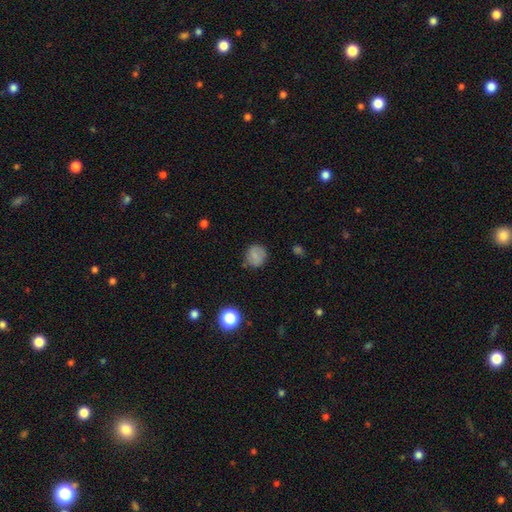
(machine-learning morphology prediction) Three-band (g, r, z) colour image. It shows a smooth galaxy with no disk features (80%) that is round (84%). Merging: none (80%).